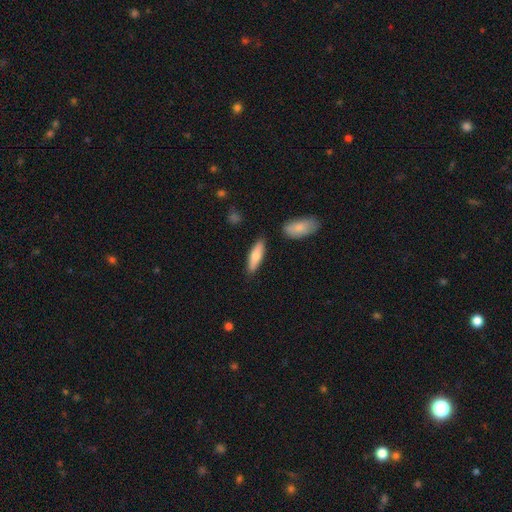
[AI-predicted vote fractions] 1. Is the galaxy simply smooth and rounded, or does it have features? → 74% smooth, 21% featured or disk, 6% star or artifact.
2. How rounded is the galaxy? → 57% cigar-shaped, 41% in between, 2% round.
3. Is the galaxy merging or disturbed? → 83% none, 10% minor disturbance, 5% merger, 2% major disturbance.